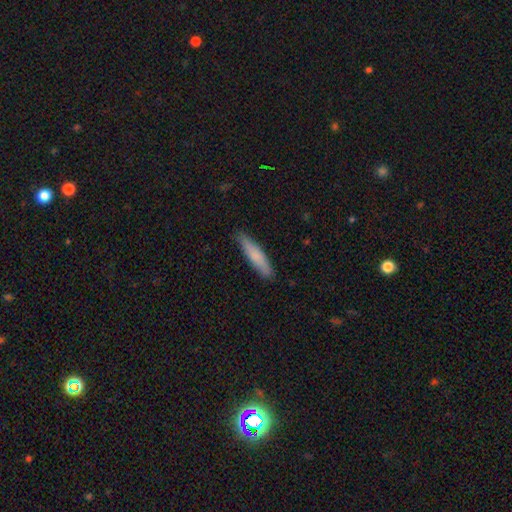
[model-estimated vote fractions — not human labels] This appears to be a smooth galaxy with no disk features (77%) that is cigar-shaped (86%). Merging: none (86%).